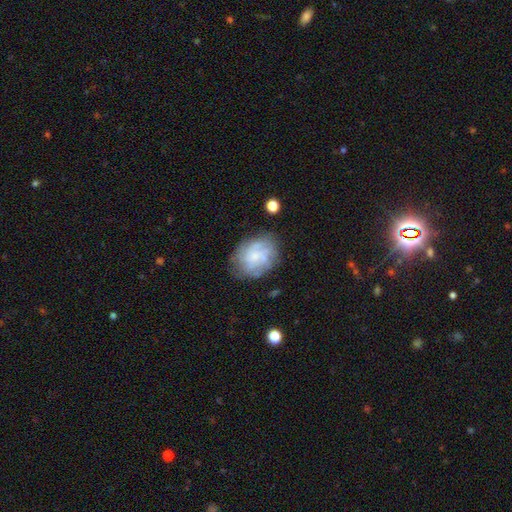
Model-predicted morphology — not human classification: Overall: featured or disk (57%; smooth 33%). Edge-on disk: no (97%). Bar: no (76%). Spiral arms: yes (71%). Bulge size: small (58%; moderate 20%). Merging: none (67%).